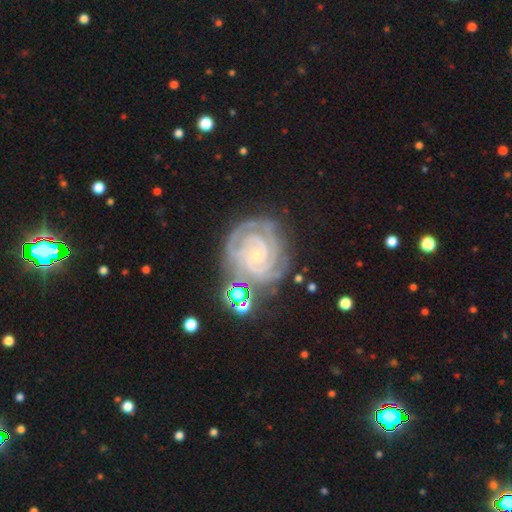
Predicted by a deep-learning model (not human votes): smooth_or_featured: featured or disk (p=0.89) [alt: star or artifact p=0.06]
disk_edge_on: no (p=0.98) [alt: yes p=0.02]
bar: no (p=0.67) [alt: weak p=0.23]
has_spiral_arms: yes (p=0.98) [alt: no p=0.02]
spiral_winding: tight (p=0.82) [alt: medium p=0.16]
spiral_arm_count: 2 (p=0.31) [alt: 3 p=0.27]
bulge_size: small (p=0.84) [alt: moderate p=0.11]
merging: none (p=0.72) [alt: minor disturbance p=0.18]